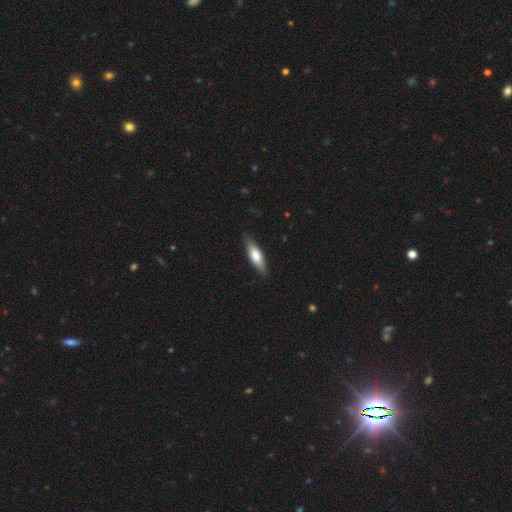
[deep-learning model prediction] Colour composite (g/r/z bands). It shows a smooth galaxy with no disk features (68%) that is cigar-shaped (55%). Merging: none (82%).